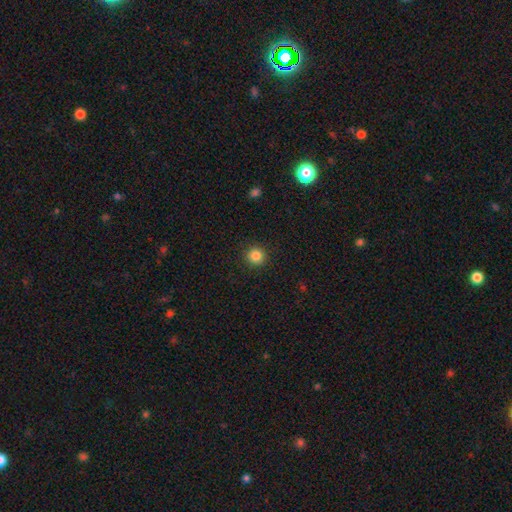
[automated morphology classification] Q: Smooth or featured?
A: smooth (85%); runner-up: star or artifact (11%)
Q: How rounded?
A: round (95%); runner-up: in between (4%)
Q: Merging?
A: none (92%); runner-up: minor disturbance (5%)